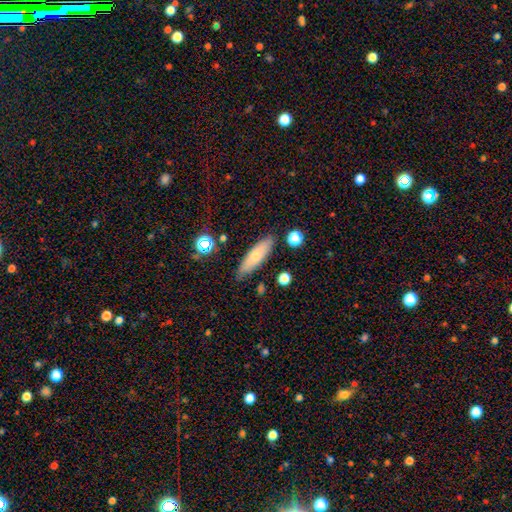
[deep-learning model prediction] Smooth or featured? smooth (69%)
How rounded? cigar-shaped (58%)
Merging? none (84%)